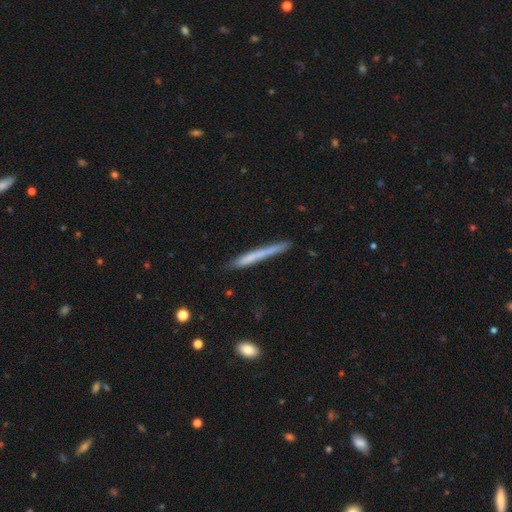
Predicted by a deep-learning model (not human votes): Q: Smooth or featured?
A: smooth (60%); runner-up: featured or disk (34%)
Q: How rounded?
A: cigar-shaped (97%); runner-up: in between (2%)
Q: Merging?
A: none (82%); runner-up: minor disturbance (14%)